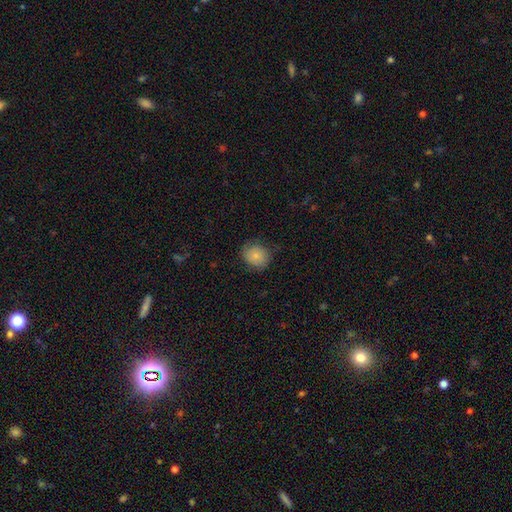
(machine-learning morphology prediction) This is clearly a smooth galaxy (80%). How rounded: likely round (77%). Merging: likely none (74%).